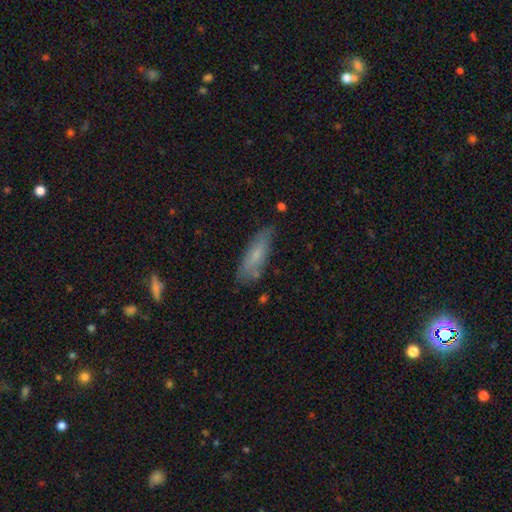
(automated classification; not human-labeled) smooth-or-featured: smooth: 65% | featured or disk: 28% | star or artifact: 7%
  how-rounded: cigar-shaped: 50% | in between: 48% | round: 2%
  merging: none: 71% | minor disturbance: 21% | major disturbance: 5% | merger: 3%